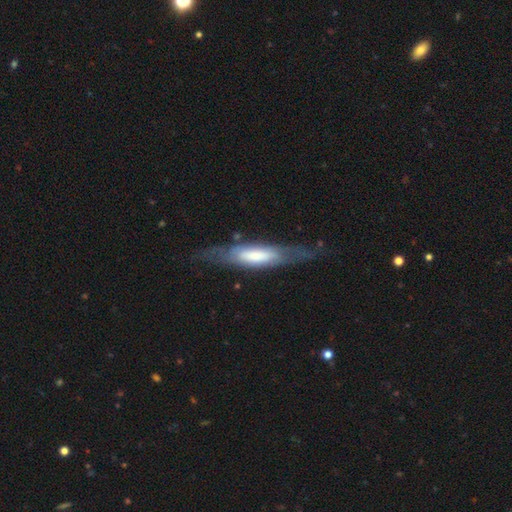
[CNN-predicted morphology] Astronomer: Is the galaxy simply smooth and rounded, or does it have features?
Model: featured or disk — 51% (runner-up: smooth, 43%).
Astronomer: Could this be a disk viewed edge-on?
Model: yes — 57% (runner-up: no, 43%).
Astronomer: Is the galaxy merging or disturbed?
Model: none — 63%.